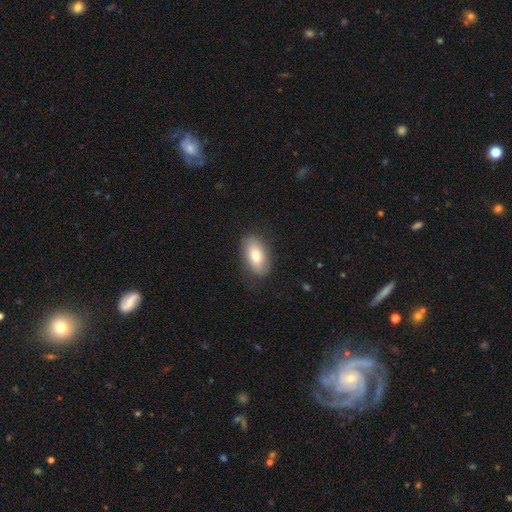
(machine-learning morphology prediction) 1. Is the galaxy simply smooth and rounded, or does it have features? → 78% smooth, 15% featured or disk, 6% star or artifact.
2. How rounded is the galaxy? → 92% in between, 4% round, 3% cigar-shaped.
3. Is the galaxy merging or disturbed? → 82% none, 13% minor disturbance, 4% major disturbance, 1% merger.